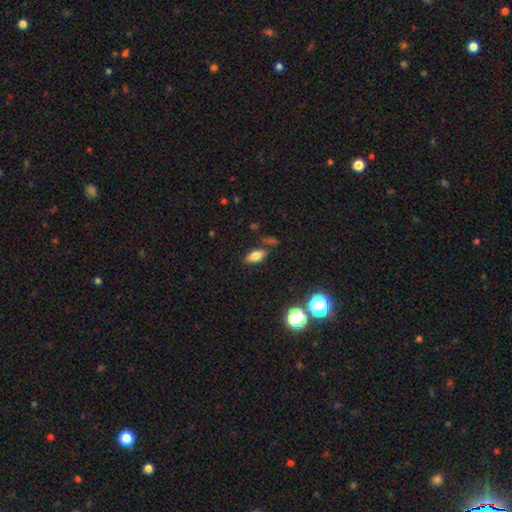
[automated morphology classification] A smooth galaxy with no disk features (78%) that is in between round and cigar-shaped (88%).

Vote fractions:
- Smooth or featured? smooth: 78% / featured or disk: 11% / star or artifact: 11%
- How rounded? in between: 88% / cigar-shaped: 8% / round: 5%
- Merging? none: 76% / minor disturbance: 14% / merger: 6% / major disturbance: 4%